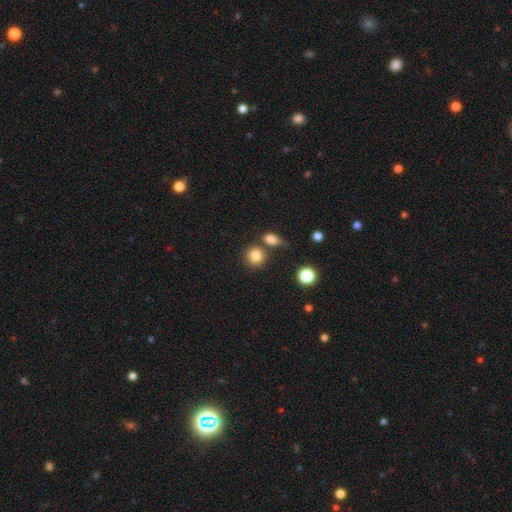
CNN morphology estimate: A smooth galaxy with no disk features (83%) that is round (87%). Merging: none (70%).